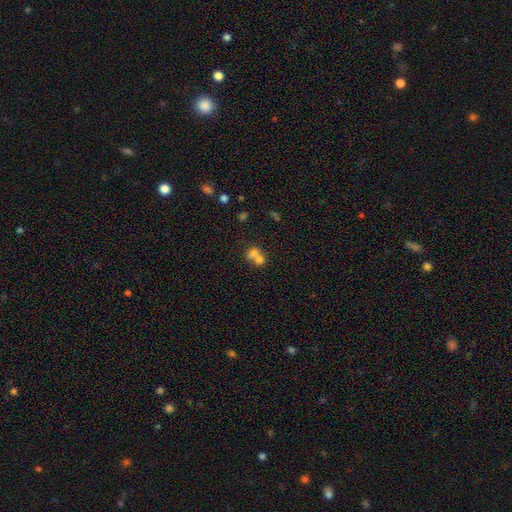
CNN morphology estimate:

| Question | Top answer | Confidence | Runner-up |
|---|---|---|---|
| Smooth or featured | smooth | 67% | featured or disk (20%) |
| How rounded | round | 71% | in between (28%) |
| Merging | merger | 68% | none (25%) |